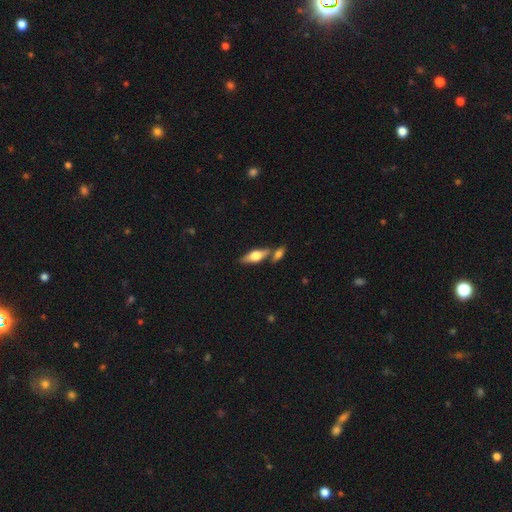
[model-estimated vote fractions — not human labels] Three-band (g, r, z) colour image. It shows a featured or disk galaxy (50%) viewed edge-on (90%). Merging: none (62%).